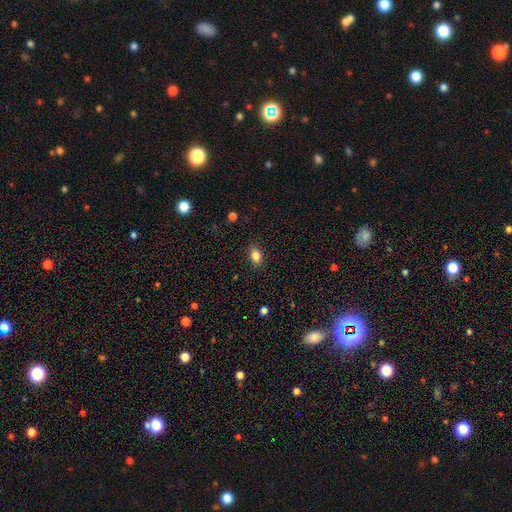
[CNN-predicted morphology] Smooth or featured: smooth — 85% (star or artifact — 10%)
How rounded: in between — 81% (round — 17%)
Merging: none — 86% (minor disturbance — 10%)